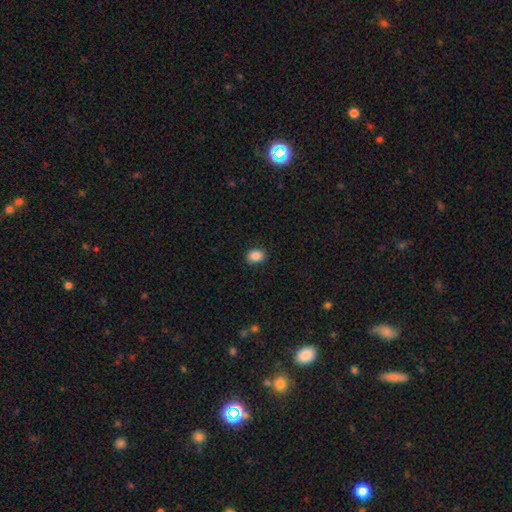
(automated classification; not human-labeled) This is clearly a smooth galaxy (87%). How rounded: likely in between (64%). Merging: clearly none (90%).